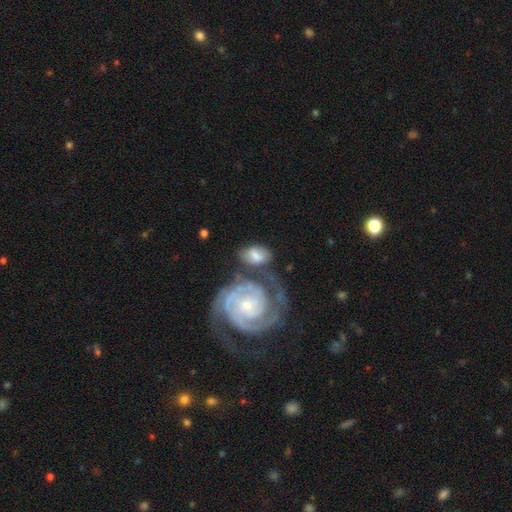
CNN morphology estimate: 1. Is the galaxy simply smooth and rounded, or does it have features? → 51% smooth, 43% featured or disk, 6% star or artifact.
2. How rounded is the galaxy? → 81% in between, 17% round, 2% cigar-shaped.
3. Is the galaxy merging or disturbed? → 48% none, 22% merger, 19% minor disturbance, 10% major disturbance.